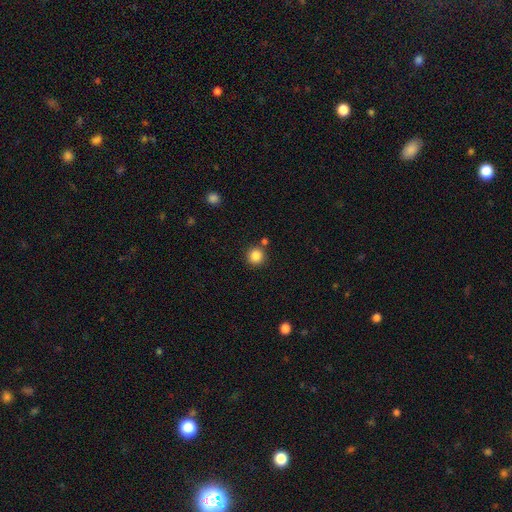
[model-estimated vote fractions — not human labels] Smooth or featured? Predicted: smooth (p=0.86). How rounded? Predicted: round (p=0.93). Merging? Predicted: none (p=0.82).